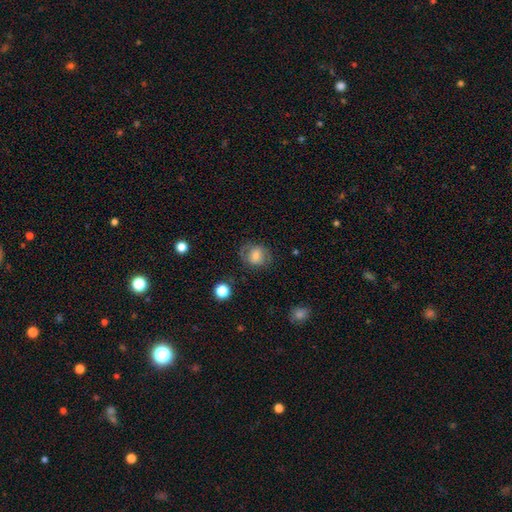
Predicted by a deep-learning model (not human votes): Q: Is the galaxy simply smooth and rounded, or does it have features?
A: smooth — 58%.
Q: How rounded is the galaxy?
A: round — 69%.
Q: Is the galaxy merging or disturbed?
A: none — 69%.